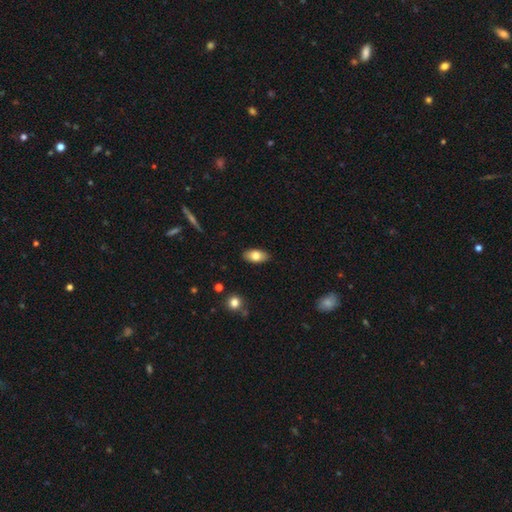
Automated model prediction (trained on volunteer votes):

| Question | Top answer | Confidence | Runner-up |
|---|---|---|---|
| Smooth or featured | smooth | 79% | featured or disk (14%) |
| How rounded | in between | 92% | cigar-shaped (4%) |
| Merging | none | 87% | minor disturbance (10%) |